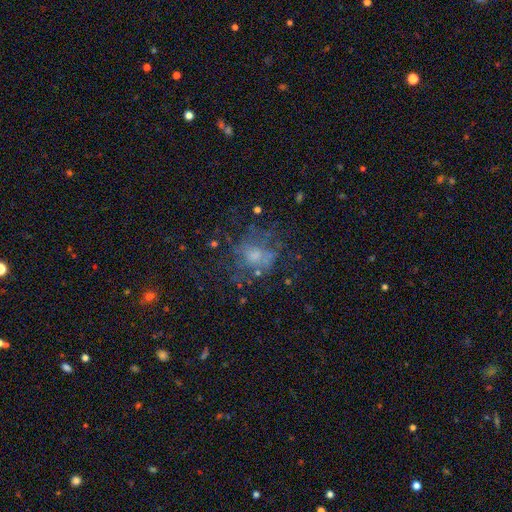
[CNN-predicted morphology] This is marginally a featured or disk galaxy (42%). Merging: possibly none (52%).